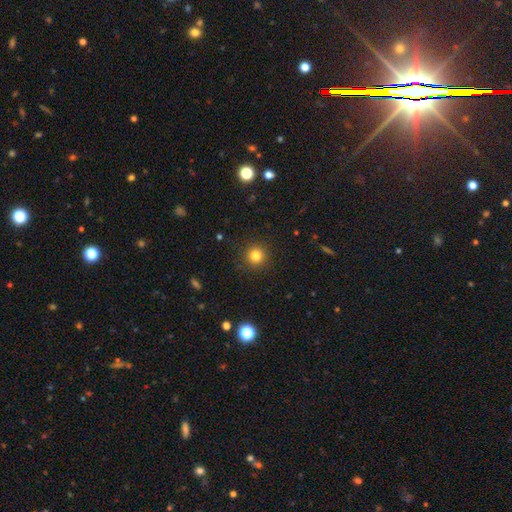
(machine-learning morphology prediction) Q: Smooth or featured?
A: smooth (81%); runner-up: star or artifact (13%)
Q: How rounded?
A: round (95%); runner-up: in between (4%)
Q: Merging?
A: none (91%); runner-up: minor disturbance (6%)